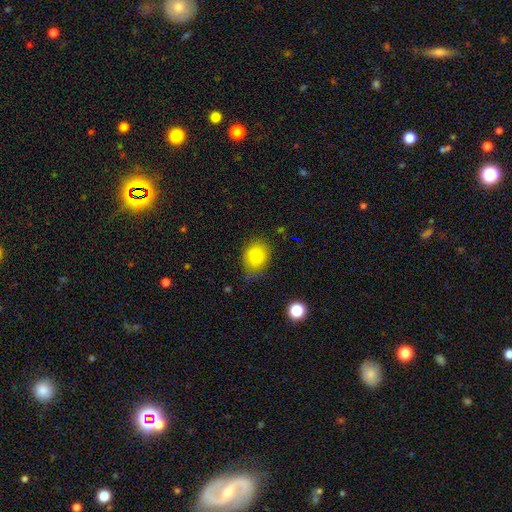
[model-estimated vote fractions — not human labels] This appears to be a smooth galaxy with no disk features (84%) that is in between round and cigar-shaped (55%). Merging: none (63%).